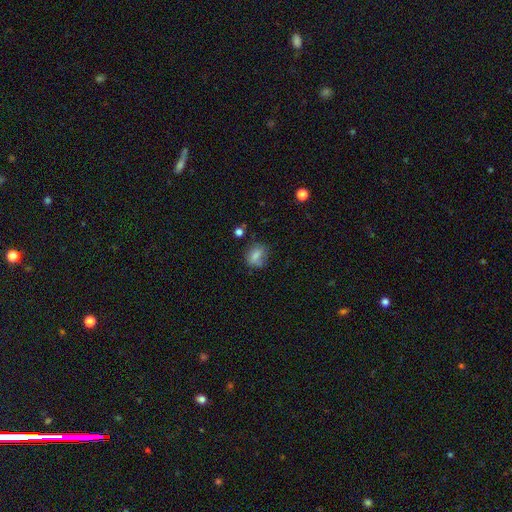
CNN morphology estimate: Q: Smooth or featured?
A: smooth (76%); runner-up: featured or disk (13%)
Q: How rounded?
A: in between (50%); runner-up: round (47%)
Q: Merging?
A: none (63%); runner-up: minor disturbance (23%)